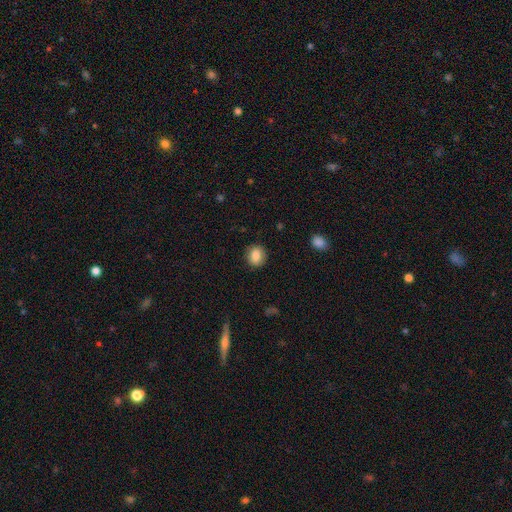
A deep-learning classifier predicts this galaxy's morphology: smooth-or-featured: smooth: 86% | star or artifact: 8% | featured or disk: 6%
  how-rounded: round: 68% | in between: 31% | cigar-shaped: 1%
  merging: none: 89% | minor disturbance: 8% | major disturbance: 2% | merger: 1%